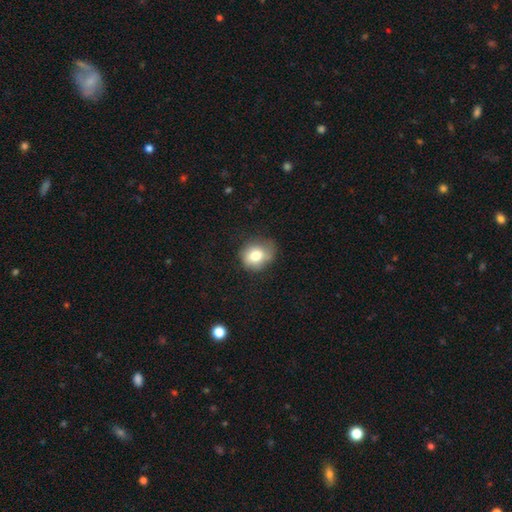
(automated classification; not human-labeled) smooth_or_featured: smooth (p=0.78) [alt: featured or disk p=0.12]
how_rounded: round (p=0.69) [alt: in between p=0.30]
merging: none (p=0.61) [alt: minor disturbance p=0.28]